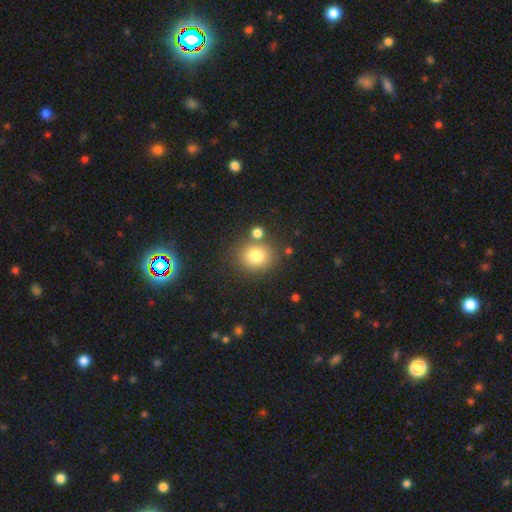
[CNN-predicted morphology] This appears to be a smooth galaxy with no disk features (79%) that is round (80%). Merging: none (73%).